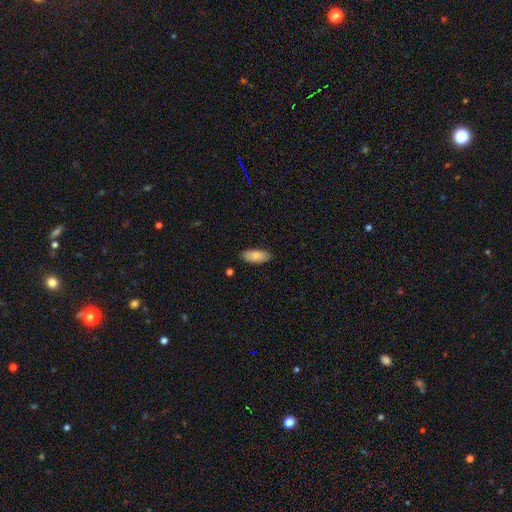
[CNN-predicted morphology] Q: Smooth or featured?
A: smooth (82%); runner-up: featured or disk (12%)
Q: How rounded?
A: in between (88%); runner-up: cigar-shaped (10%)
Q: Merging?
A: none (86%); runner-up: minor disturbance (11%)